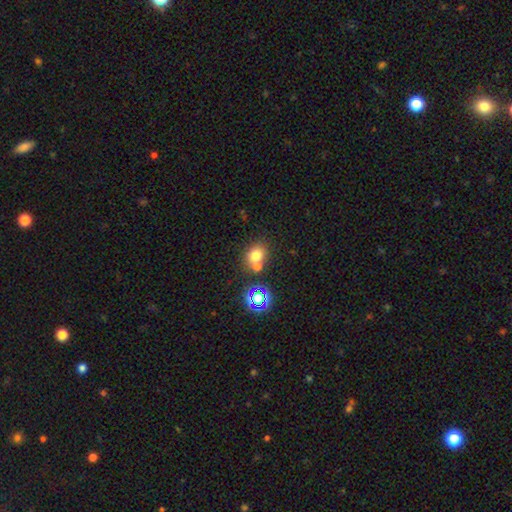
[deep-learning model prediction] smooth-or-featured: smooth: 71% | star or artifact: 19% | featured or disk: 10%
  how-rounded: round: 62% | in between: 37% | cigar-shaped: 1%
  merging: none: 55% | merger: 32% | minor disturbance: 9% | major disturbance: 3%